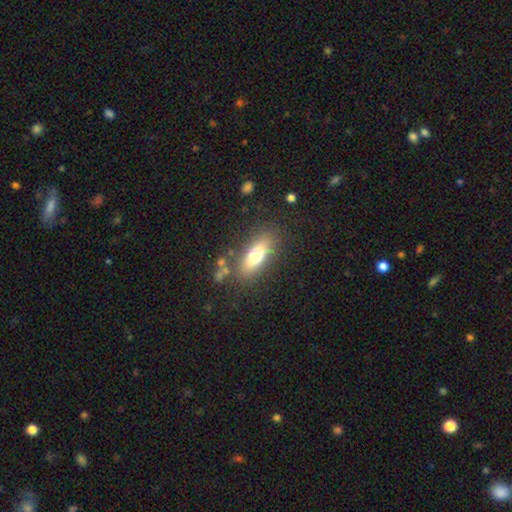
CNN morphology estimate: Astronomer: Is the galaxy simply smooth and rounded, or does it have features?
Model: smooth — 68%.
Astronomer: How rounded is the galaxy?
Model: in between — 66%.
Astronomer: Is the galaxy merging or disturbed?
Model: none — 80%.